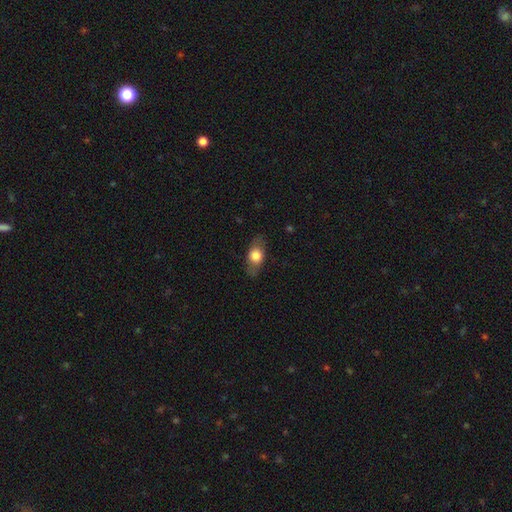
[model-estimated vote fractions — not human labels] smooth-or-featured: smooth: 66% | featured or disk: 27% | star or artifact: 6%
  how-rounded: in between: 77% | round: 13% | cigar-shaped: 10%
  merging: none: 81% | minor disturbance: 14% | major disturbance: 4% | merger: 1%